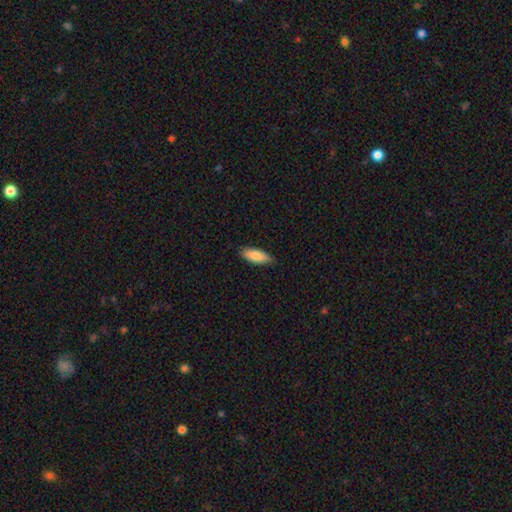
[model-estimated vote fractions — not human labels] smooth_or_featured: smooth (p=0.83) [alt: featured or disk p=0.11]
how_rounded: in between (p=0.75) [alt: cigar-shaped p=0.23]
merging: none (p=0.85) [alt: minor disturbance p=0.12]